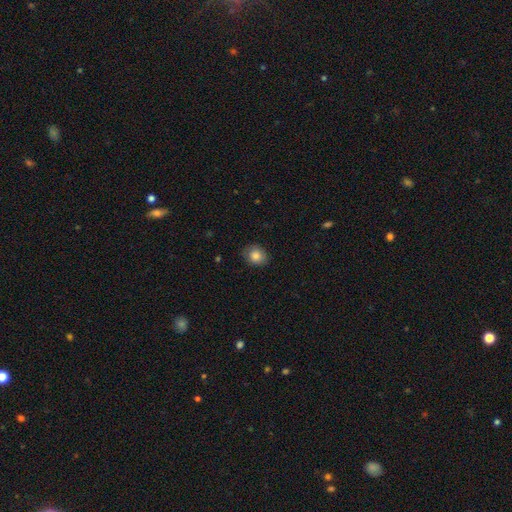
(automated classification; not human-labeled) smooth-or-featured: smooth: 84% | star or artifact: 9% | featured or disk: 7%
  how-rounded: round: 56% | in between: 43% | cigar-shaped: 1%
  merging: none: 81% | minor disturbance: 15% | major disturbance: 3% | merger: 1%